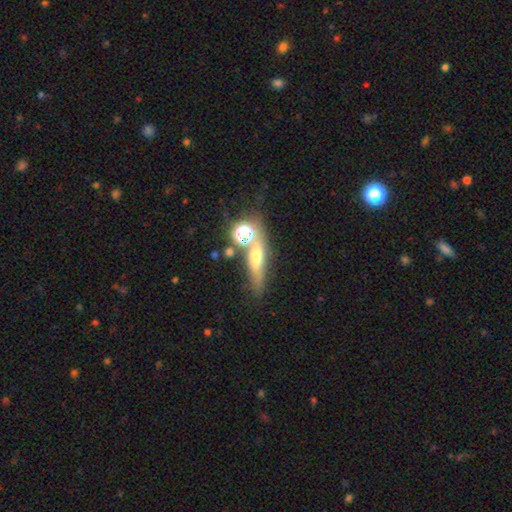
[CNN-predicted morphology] Smooth or featured?
  - smooth: 43% *
  - featured or disk: 36%
  - star or artifact: 21%
Merging?
  - none: 61% *
  - merger: 18%
  - minor disturbance: 14%
  - major disturbance: 7%